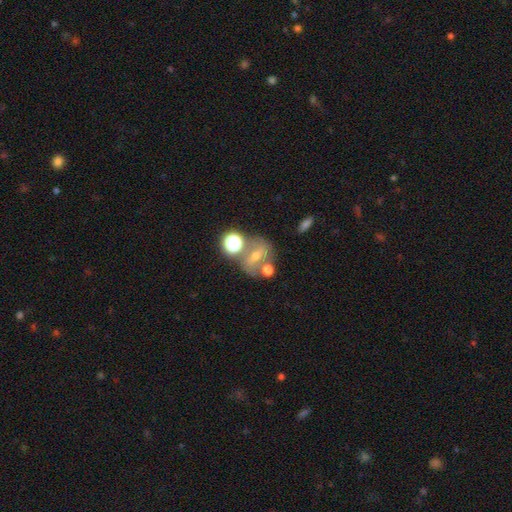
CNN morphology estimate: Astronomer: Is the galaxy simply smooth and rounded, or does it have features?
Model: featured or disk — 45% (runner-up: smooth, 30%).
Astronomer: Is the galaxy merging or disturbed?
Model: none — 57%.